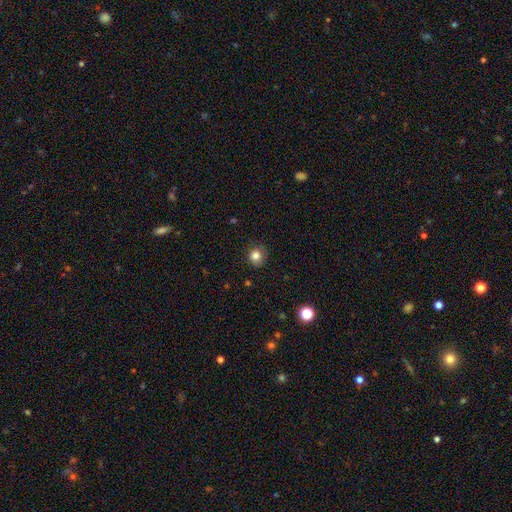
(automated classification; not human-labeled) smooth 82%, star or artifact 12%, featured or disk 6%. Down the decision tree: how rounded — round (86%); merging — none (83%).